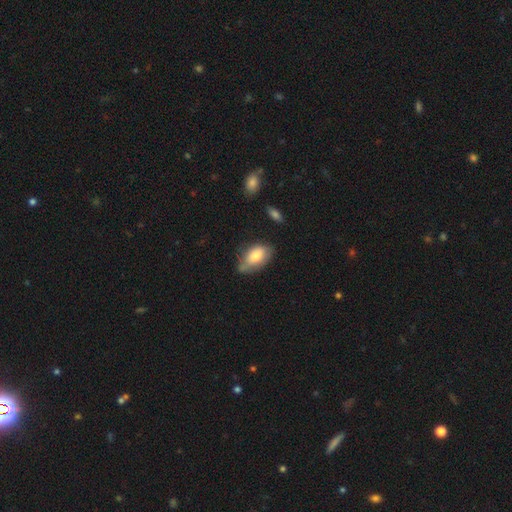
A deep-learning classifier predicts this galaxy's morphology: This appears to be a smooth galaxy with no disk features (76%) that is in between round and cigar-shaped (93%). Merging: none (53%).